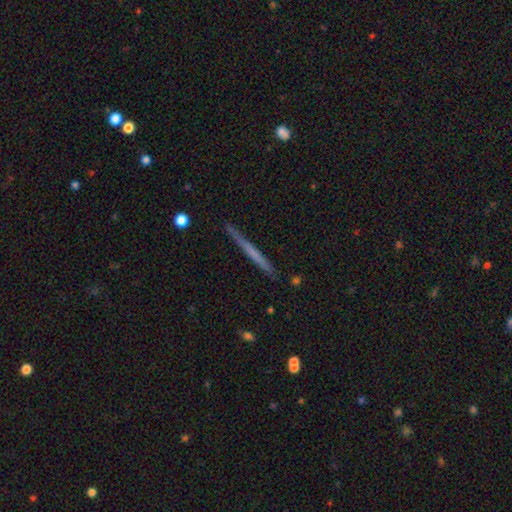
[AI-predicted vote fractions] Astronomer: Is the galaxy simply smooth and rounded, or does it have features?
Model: featured or disk — 47%, tied with smooth at 47%.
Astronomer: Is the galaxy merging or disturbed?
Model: none — 89%.